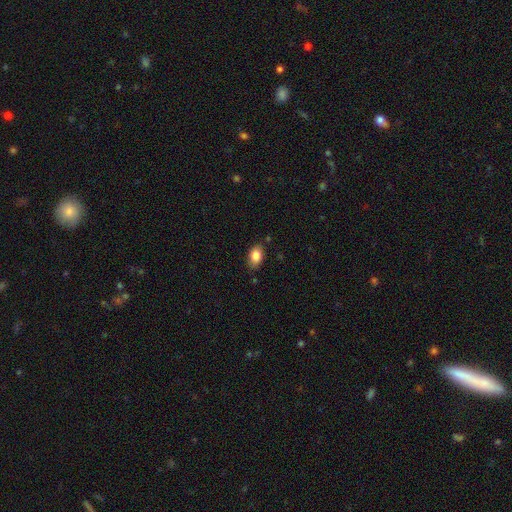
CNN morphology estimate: Smooth or featured? Predicted: smooth (p=0.86). How rounded? Predicted: in between (p=0.88). Merging? Predicted: none (p=0.80).